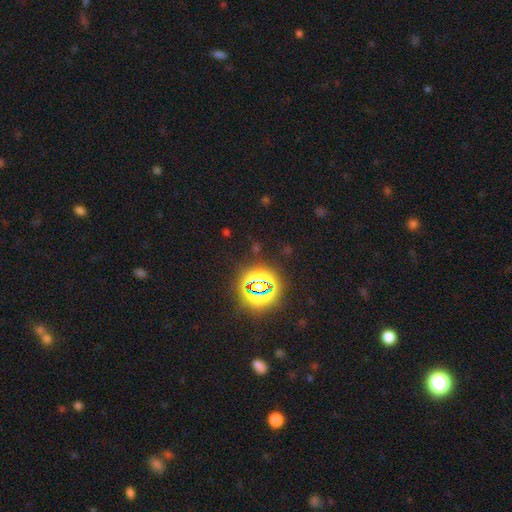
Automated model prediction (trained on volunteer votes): Smooth or featured: star or artifact — 77% (smooth — 15%)